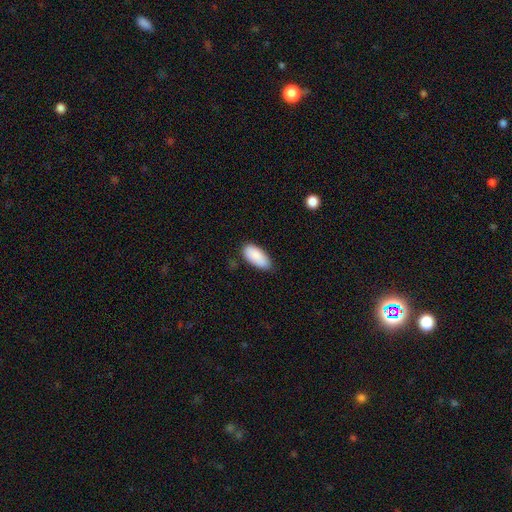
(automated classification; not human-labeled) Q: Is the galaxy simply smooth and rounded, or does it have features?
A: smooth — 89%.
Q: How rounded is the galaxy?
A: in between — 92%.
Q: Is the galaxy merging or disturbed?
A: none — 75%.